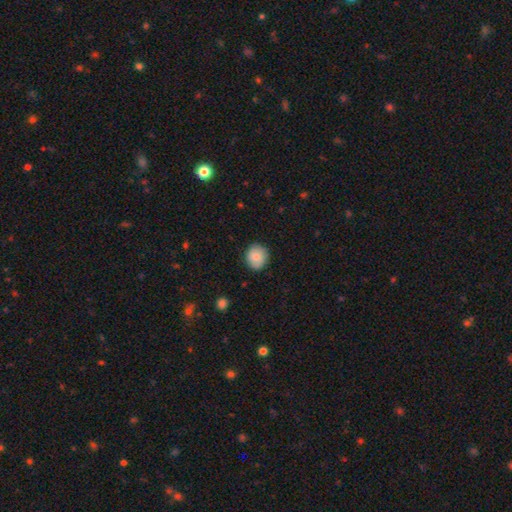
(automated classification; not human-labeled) A smooth galaxy with no disk features (86%) that is round (76%). Merging: none (86%).